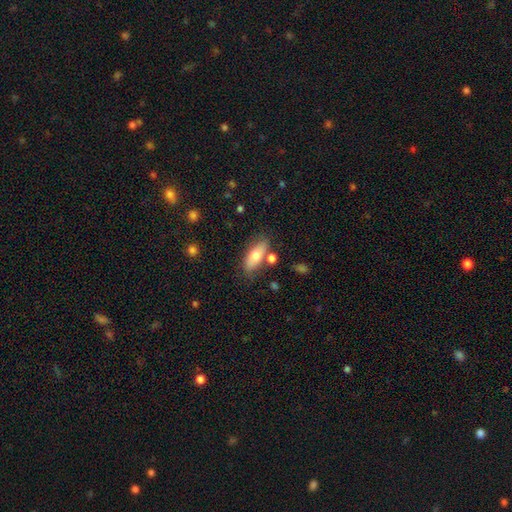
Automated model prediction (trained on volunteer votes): This is likely a smooth galaxy (69%). How rounded: likely in between (77%). Merging: likely none (71%).